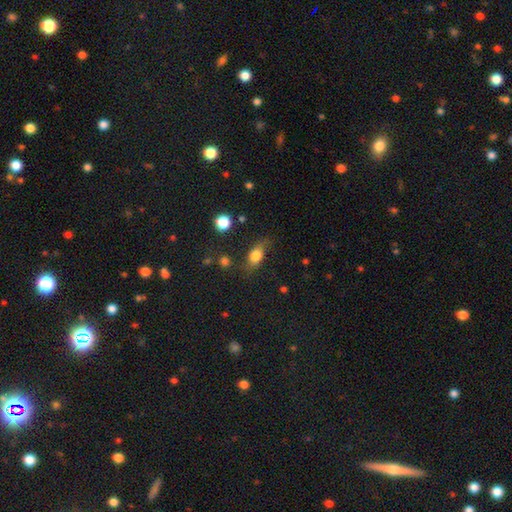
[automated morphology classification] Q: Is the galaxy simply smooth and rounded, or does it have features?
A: smooth — 77%.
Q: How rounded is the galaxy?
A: in between — 76%.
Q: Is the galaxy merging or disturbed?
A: none — 64%.